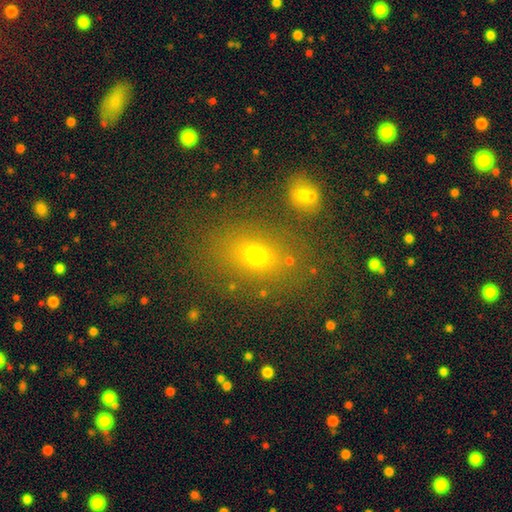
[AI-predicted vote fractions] A smooth galaxy with no disk features (64%) that is in between round and cigar-shaped (70%).

Vote fractions:
- Smooth or featured? smooth: 64% / star or artifact: 21% / featured or disk: 15%
- How rounded? in between: 70% / round: 26% / cigar-shaped: 4%
- Merging? none: 73% / minor disturbance: 13% / merger: 8% / major disturbance: 6%